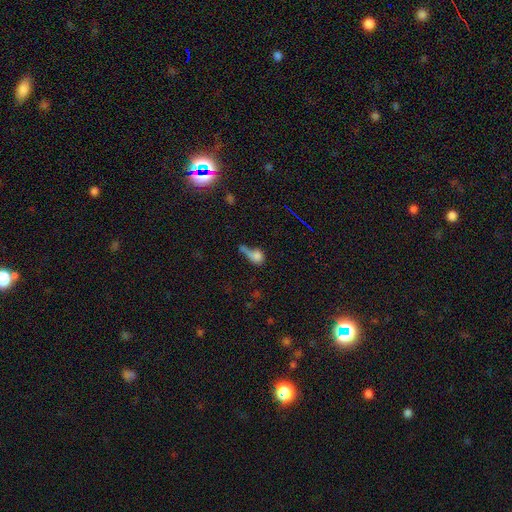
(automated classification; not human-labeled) Smooth or featured? Predicted: smooth (p=0.66). How rounded? Predicted: round (p=0.49). Merging? Predicted: merger (p=0.31).